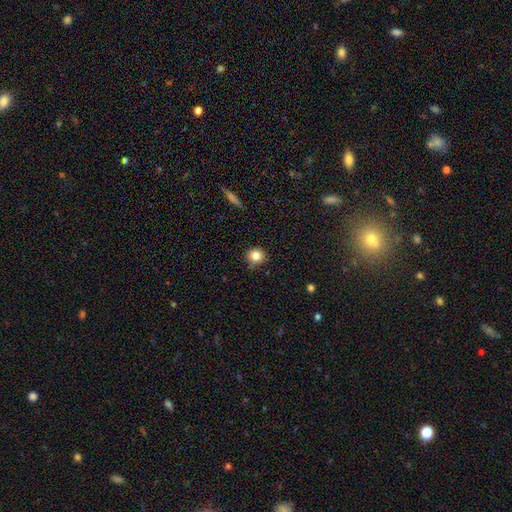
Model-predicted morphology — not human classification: A smooth galaxy with no disk features (83%) that is round (85%). Merging: none (81%).